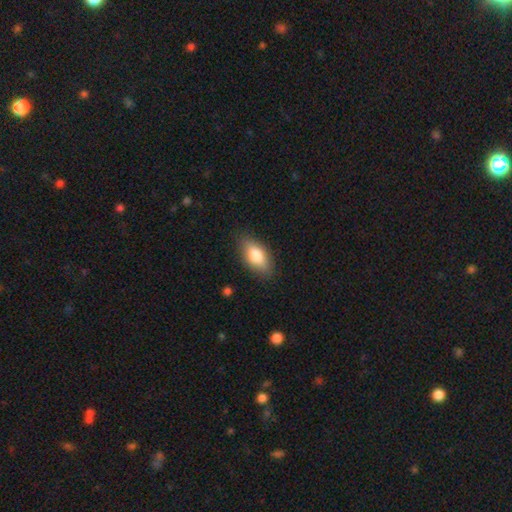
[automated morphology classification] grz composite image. It shows a smooth galaxy with no disk features (76%) that is in between round and cigar-shaped (85%). Merging: none (85%).